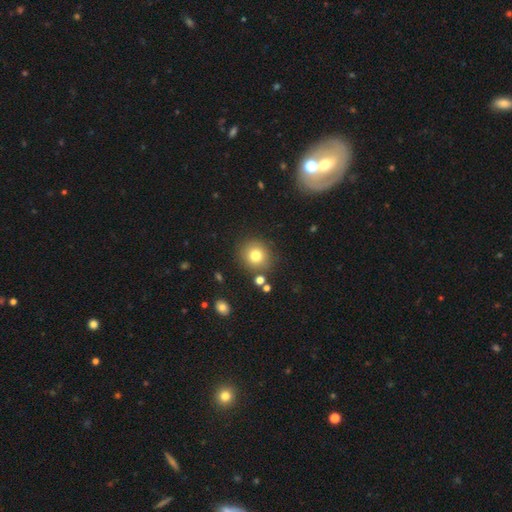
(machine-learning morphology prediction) Smooth or featured: smooth — 78% (star or artifact — 13%)
How rounded: round — 88% (in between — 11%)
Merging: none — 83% (minor disturbance — 9%)